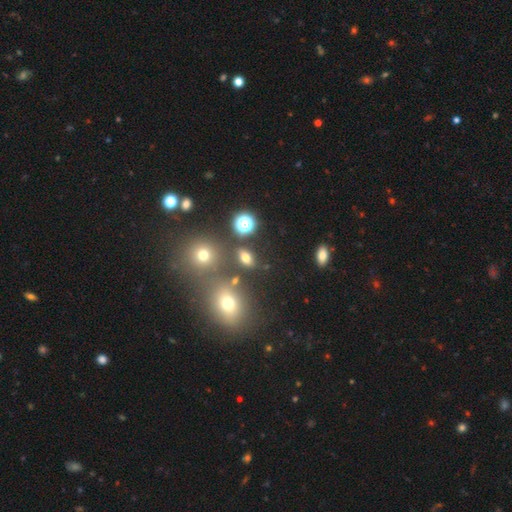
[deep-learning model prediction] Smooth or featured?
  - star or artifact: 44% * (tied)
  - smooth: 44% * (tied)
  - featured or disk: 12%